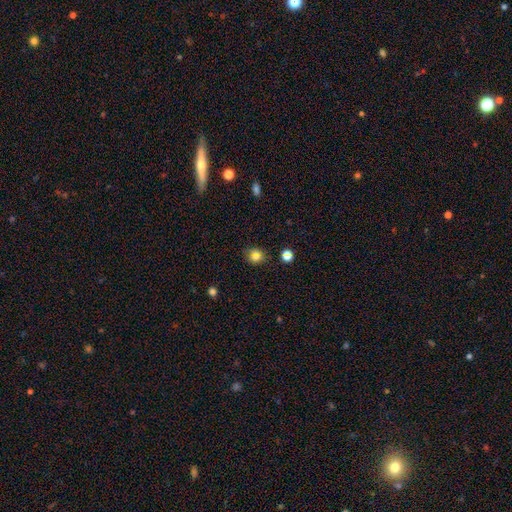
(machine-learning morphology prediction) Smooth or featured?
  - smooth: 80% *
  - star or artifact: 13%
  - featured or disk: 6%
How rounded?
  - round: 81% *
  - in between: 18%
  - cigar-shaped: 1%
Merging?
  - none: 79% *
  - minor disturbance: 14%
  - merger: 4%
  - major disturbance: 3%